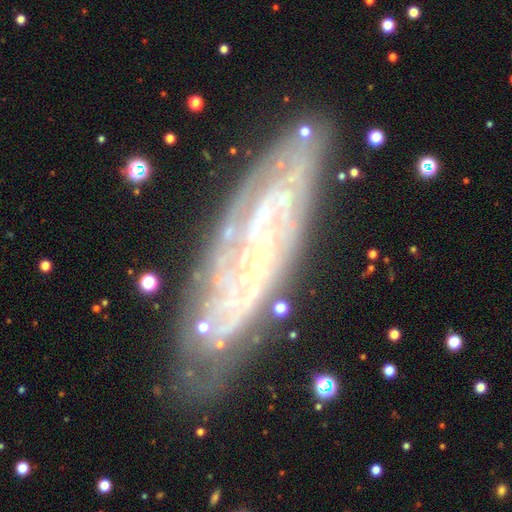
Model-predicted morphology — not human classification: A featured or disk galaxy (84%) with no bar (58%), tight (69%) spiral arms (96%) and a small central bulge (83%).

Vote fractions:
- Smooth or featured? featured or disk: 84% / smooth: 9% / star or artifact: 8%
- Edge-on disk? no: 83% / yes: 17%
- Bar? no: 58% / weak: 29% / strong: 13%
- Spiral arms? yes: 96% / no: 4%
- Spiral winding? tight: 69% / medium: 24% / loose: 6%
- Spiral arm count? can't tell: 35% / 2: 21% / 3: 15% / 4: 13% / more than 4: 10% / 1: 7%
- Bulge size? small: 83% / none: 9% / moderate: 6% / large: 1% / dominant: 1%
- Merging? none: 80% / minor disturbance: 14% / major disturbance: 4% / merger: 2%